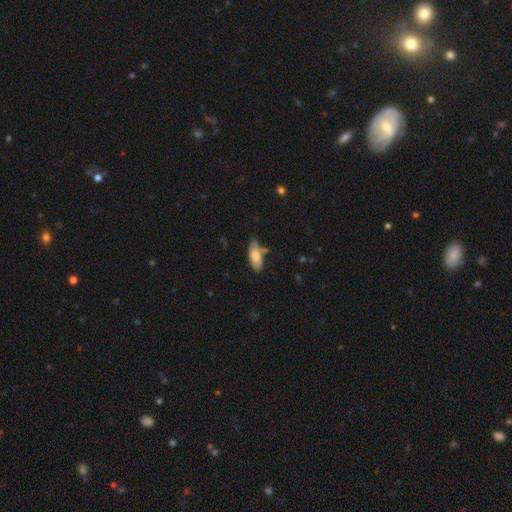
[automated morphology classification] Smooth or featured? smooth (77%)
How rounded? in between (81%)
Merging? none (62%)